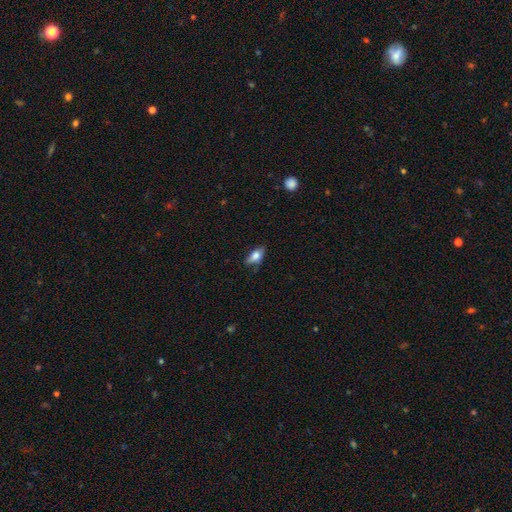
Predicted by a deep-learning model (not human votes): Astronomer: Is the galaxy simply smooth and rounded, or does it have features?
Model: smooth — 74%.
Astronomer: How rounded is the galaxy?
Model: in between — 83%.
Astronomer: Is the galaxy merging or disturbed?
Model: none — 65%.